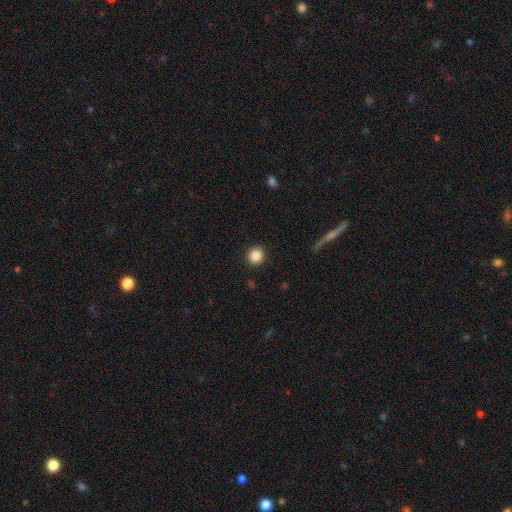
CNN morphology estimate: smooth 88%, star or artifact 9%, featured or disk 3%. Down the decision tree: how rounded — round (88%); merging — none (91%).